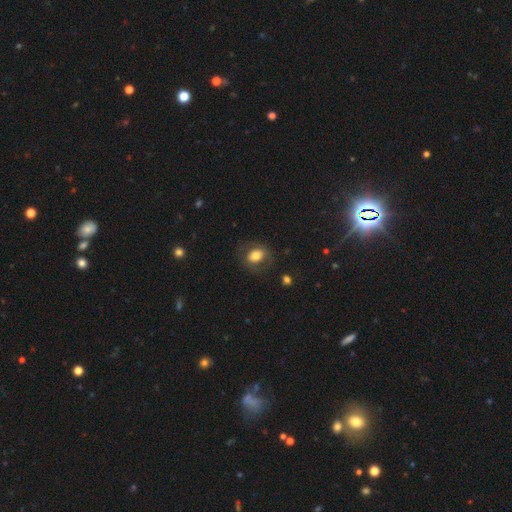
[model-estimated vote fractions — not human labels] smooth-or-featured: smooth: 67% | featured or disk: 24% | star or artifact: 8%
  how-rounded: in between: 60% | round: 39% | cigar-shaped: 1%
  merging: none: 74% | minor disturbance: 15% | major disturbance: 10% | merger: 1%